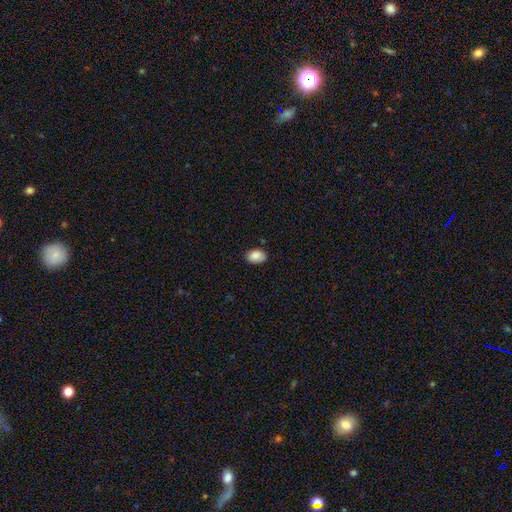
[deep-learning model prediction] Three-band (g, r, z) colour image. It shows a smooth galaxy with no disk features (88%) that is in between round and cigar-shaped (83%). Merging: none (82%).